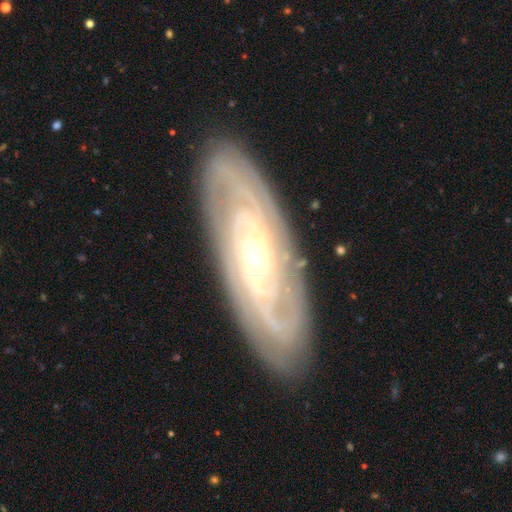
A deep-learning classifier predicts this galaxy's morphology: A featured or disk galaxy (86%) with no bar (64%), tight (77%) spiral arms (95%) and a small central bulge (54%).

Vote fractions:
- Smooth or featured? featured or disk: 86% / smooth: 9% / star or artifact: 5%
- Edge-on disk? no: 88% / yes: 12%
- Bar? no: 64% / weak: 25% / strong: 11%
- Spiral arms? yes: 95% / no: 5%
- Spiral winding? tight: 77% / medium: 19% / loose: 4%
- Spiral arm count? can't tell: 36% / 2: 23% / 3: 16% / 4: 12% / more than 4: 7% / 1: 6%
- Bulge size? small: 54% / moderate: 42% / large: 2% / none: 1% / dominant: 1%
- Merging? none: 86% / minor disturbance: 10% / major disturbance: 3% / merger: 1%